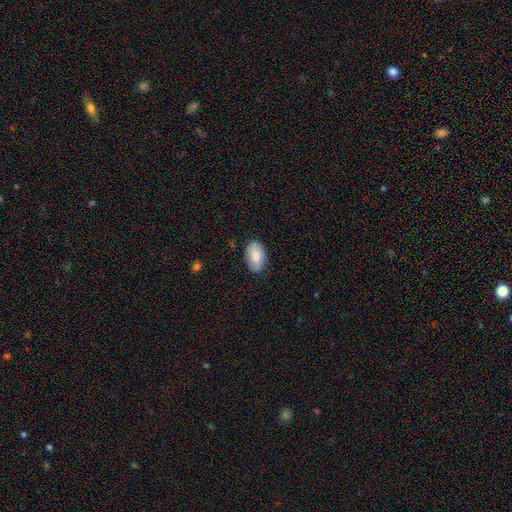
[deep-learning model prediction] Overall: smooth (78%). How rounded: in between (94%). Merging: none (81%).